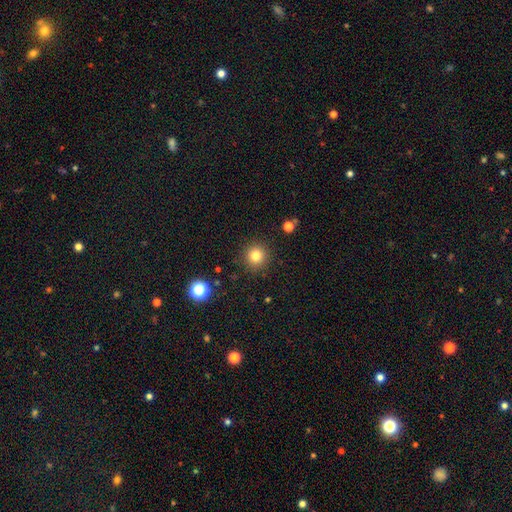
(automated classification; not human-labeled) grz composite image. It shows a smooth galaxy with no disk features (80%) that is round (95%). Merging: none (91%).